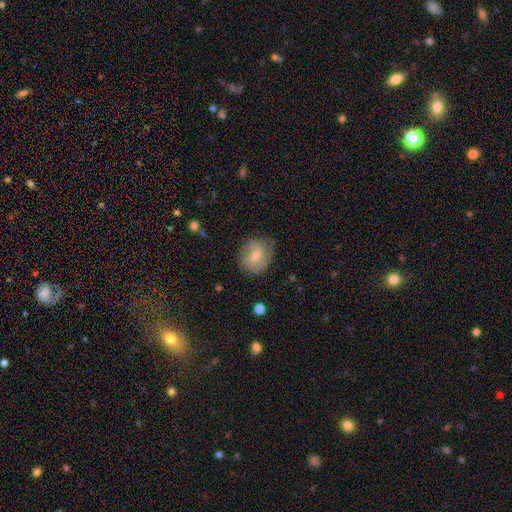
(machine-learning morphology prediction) smooth-or-featured: smooth: 50% | featured or disk: 39% | star or artifact: 10%
  how-rounded: round: 75% | in between: 24% | cigar-shaped: 1%
  merging: none: 75% | minor disturbance: 19% | major disturbance: 5% | merger: 1%